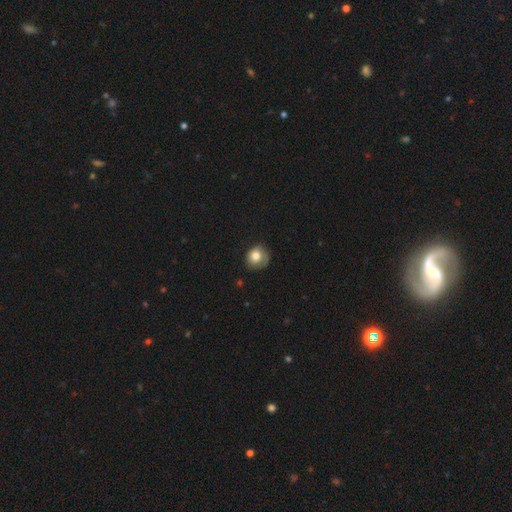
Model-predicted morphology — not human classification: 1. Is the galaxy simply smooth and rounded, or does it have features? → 72% smooth, 20% featured or disk, 8% star or artifact.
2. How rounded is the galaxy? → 77% round, 22% in between, 1% cigar-shaped.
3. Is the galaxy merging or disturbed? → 61% none, 28% minor disturbance, 9% major disturbance, 2% merger.